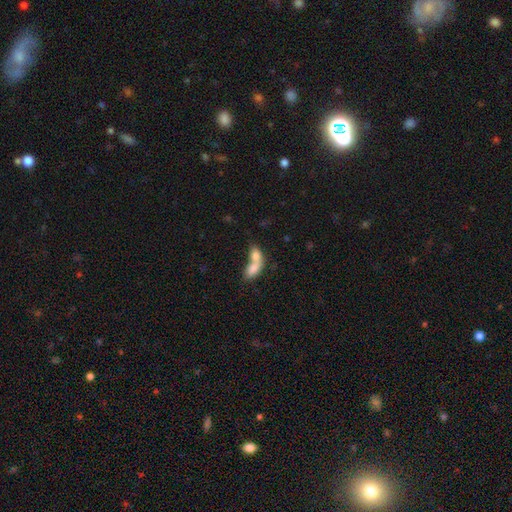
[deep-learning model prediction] A smooth galaxy with no disk features (76%) that is in between round and cigar-shaped (82%).

Vote fractions:
- Smooth or featured? smooth: 76% / featured or disk: 16% / star or artifact: 8%
- How rounded? in between: 82% / round: 11% / cigar-shaped: 8%
- Merging? merger: 76% / none: 14% / minor disturbance: 5% / major disturbance: 5%